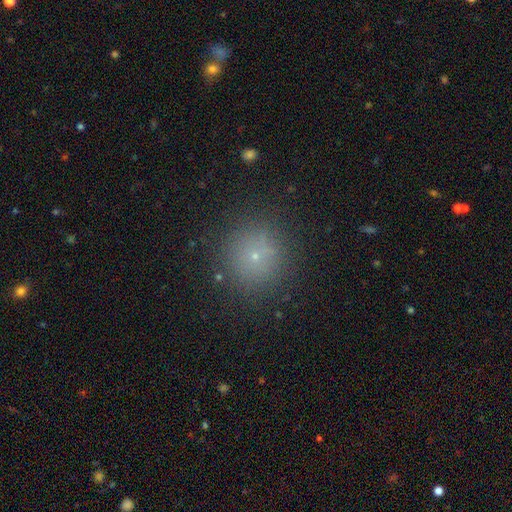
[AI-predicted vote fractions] Smooth or featured?
  - smooth: 65% *
  - star or artifact: 23%
  - featured or disk: 12%
How rounded?
  - round: 95% *
  - in between: 4%
  - cigar-shaped: 1%
Merging?
  - none: 87% *
  - minor disturbance: 8%
  - major disturbance: 3%
  - merger: 2%